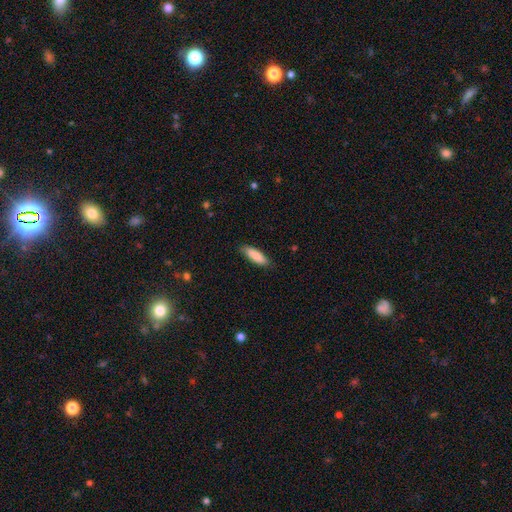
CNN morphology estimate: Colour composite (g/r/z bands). It shows a smooth galaxy with no disk features (87%) that is cigar-shaped (51%). Merging: none (84%).